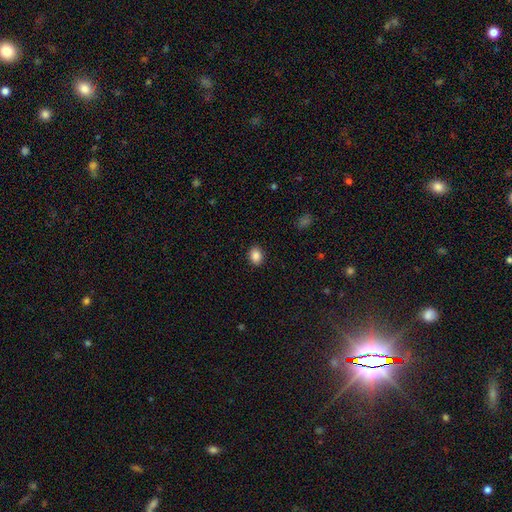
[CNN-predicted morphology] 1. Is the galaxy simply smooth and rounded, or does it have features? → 87% smooth, 9% star or artifact, 4% featured or disk.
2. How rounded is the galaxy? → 55% in between, 44% round, 1% cigar-shaped.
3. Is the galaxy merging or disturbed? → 89% none, 8% minor disturbance, 2% major disturbance, 1% merger.